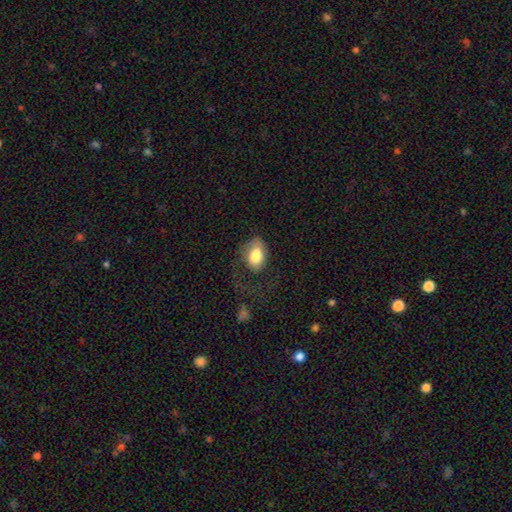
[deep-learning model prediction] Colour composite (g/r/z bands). It shows a smooth galaxy with no disk features (77%) that is in between round and cigar-shaped (87%). Merging: major disturbance (39%).